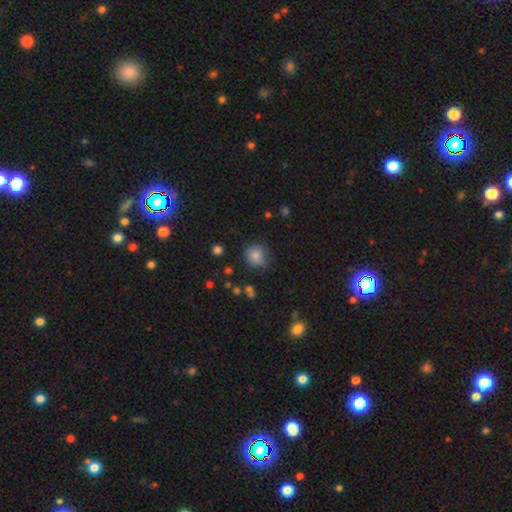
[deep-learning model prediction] Overall: smooth (83%). How rounded: round (86%). Merging: none (69%).